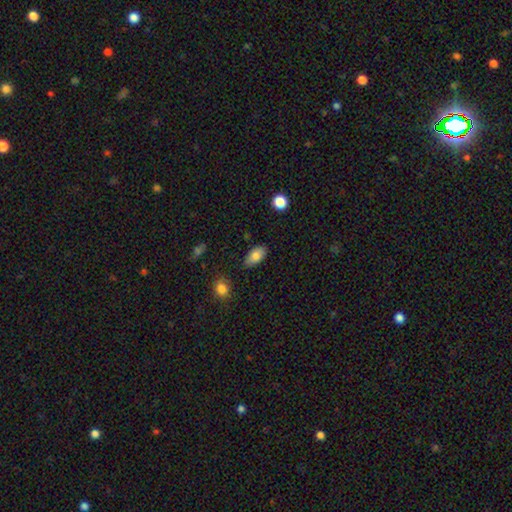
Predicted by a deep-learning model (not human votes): Smooth or featured?
  - smooth: 81% *
  - featured or disk: 11%
  - star or artifact: 7%
How rounded?
  - in between: 91% *
  - cigar-shaped: 5%
  - round: 4%
Merging?
  - none: 84% *
  - minor disturbance: 12%
  - major disturbance: 2%
  - merger: 2%